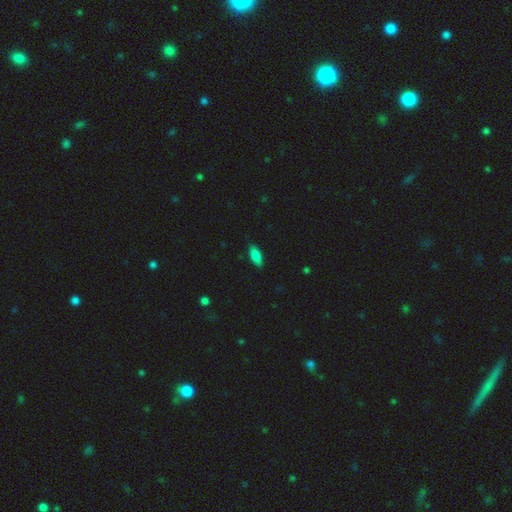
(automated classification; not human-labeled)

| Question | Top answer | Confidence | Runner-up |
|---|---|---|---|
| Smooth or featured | smooth | 83% | featured or disk (9%) |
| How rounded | in between | 78% | cigar-shaped (20%) |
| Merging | none | 85% | minor disturbance (12%) |